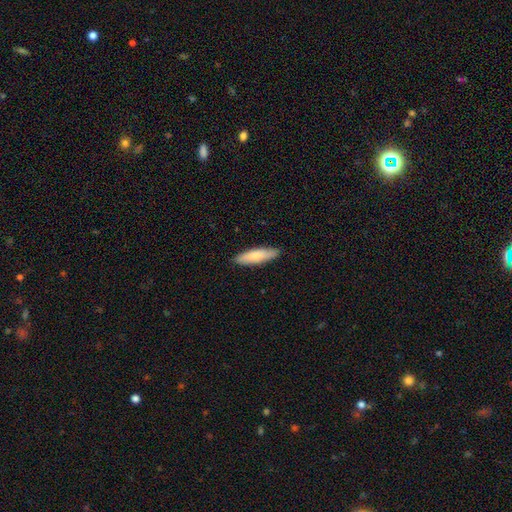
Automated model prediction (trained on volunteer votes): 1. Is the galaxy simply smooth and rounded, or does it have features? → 78% smooth, 16% featured or disk, 5% star or artifact.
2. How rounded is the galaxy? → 64% cigar-shaped, 34% in between, 2% round.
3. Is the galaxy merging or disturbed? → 89% none, 9% minor disturbance, 2% major disturbance, 1% merger.